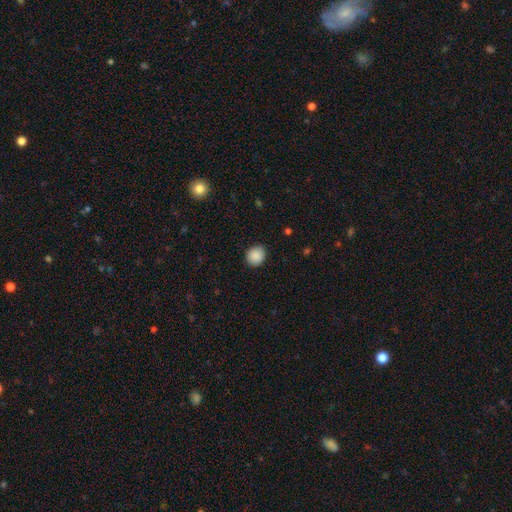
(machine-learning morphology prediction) Smooth or featured? smooth (89%)
How rounded? round (84%)
Merging? none (89%)